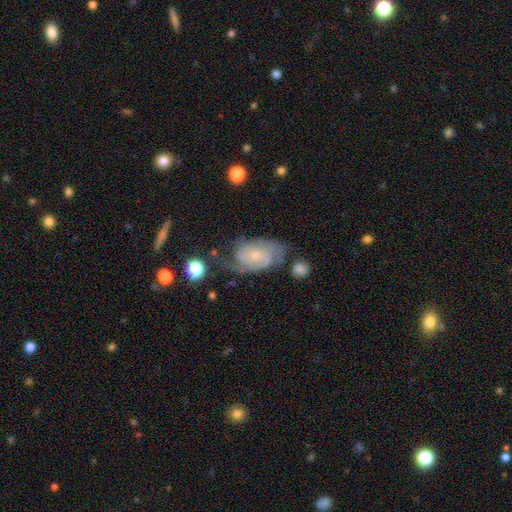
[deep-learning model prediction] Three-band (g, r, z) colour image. It shows a featured or disk galaxy (81%) with no bar (65%), 2 (60%) tight (55%) spiral arms (95%) and a small central bulge (63%). Merging: none (58%).